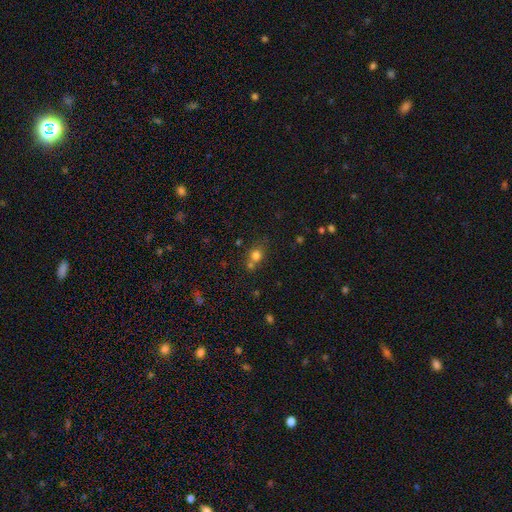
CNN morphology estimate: Overall: smooth (76%). How rounded: round (75%). Merging: none (51%; merger 34%).